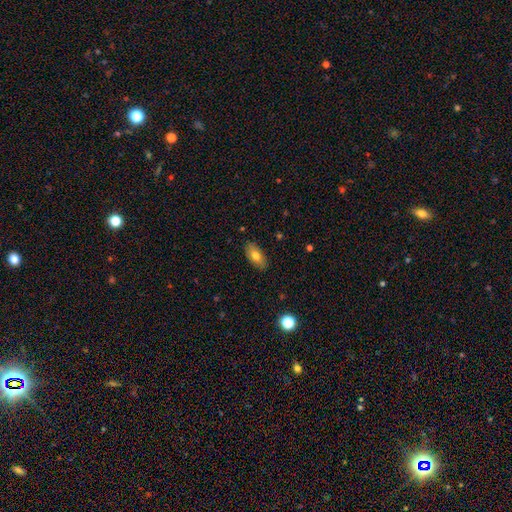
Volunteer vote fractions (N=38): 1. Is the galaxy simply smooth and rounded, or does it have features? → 66% smooth, 34% featured or disk, 0% star or artifact.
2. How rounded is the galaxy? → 92% in between, 4% round, 4% cigar-shaped.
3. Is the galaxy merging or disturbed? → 97% none, 3% major disturbance, 0% minor disturbance, 0% merger.